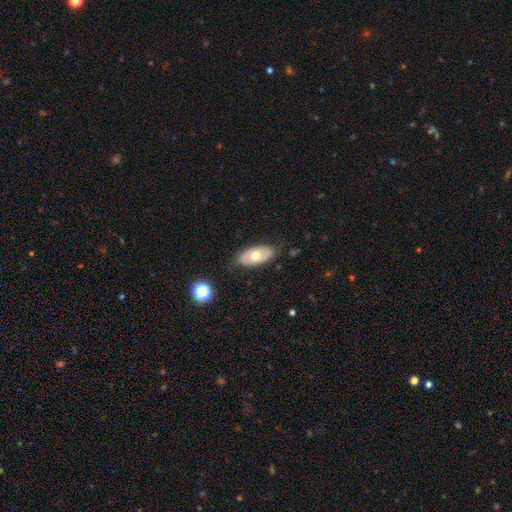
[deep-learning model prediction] The model was most divided on "smooth or featured": smooth: 55%, featured or disk: 38%, star or artifact: 7%. More confident: how rounded — in between (92%); merging — none (78%).